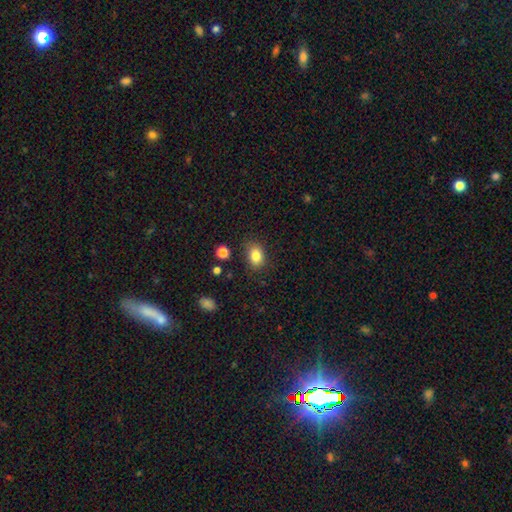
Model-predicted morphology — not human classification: Q: Smooth or featured?
A: smooth (84%); runner-up: star or artifact (10%)
Q: How rounded?
A: in between (71%); runner-up: round (28%)
Q: Merging?
A: none (81%); runner-up: minor disturbance (13%)